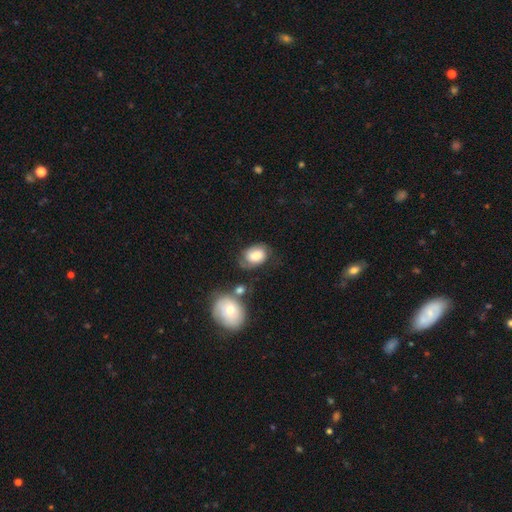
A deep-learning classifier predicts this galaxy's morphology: smooth 59%, featured or disk 33%, star or artifact 8%. Down the decision tree: how rounded — in between (76%); merging — none (49%).